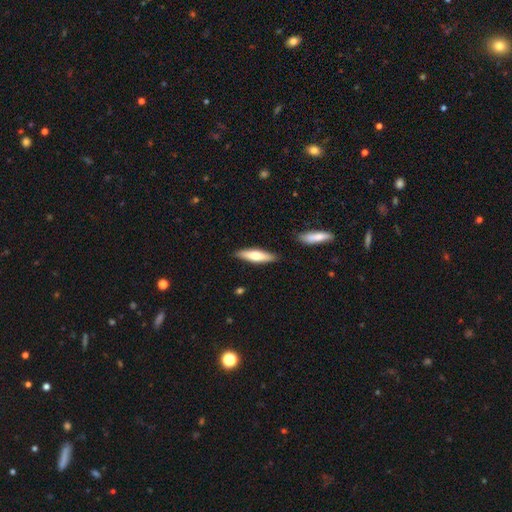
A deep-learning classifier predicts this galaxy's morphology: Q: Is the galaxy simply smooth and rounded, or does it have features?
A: smooth — 63%.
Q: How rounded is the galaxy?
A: cigar-shaped — 67%.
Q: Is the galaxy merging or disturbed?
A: none — 86%.